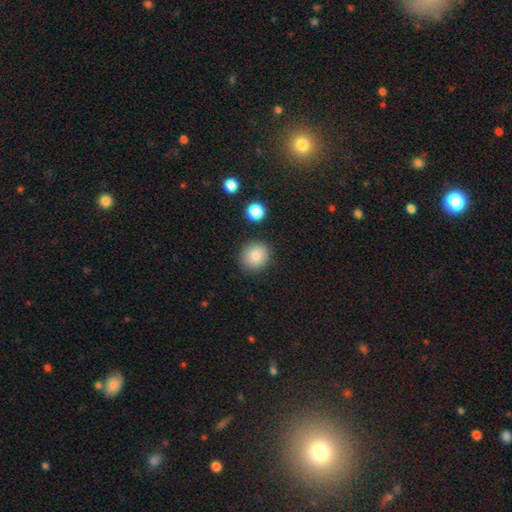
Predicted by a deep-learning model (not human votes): smooth-or-featured: smooth: 85% | star or artifact: 9% | featured or disk: 6%
  how-rounded: round: 86% | in between: 13% | cigar-shaped: 1%
  merging: none: 87% | minor disturbance: 8% | major disturbance: 2% | merger: 2%